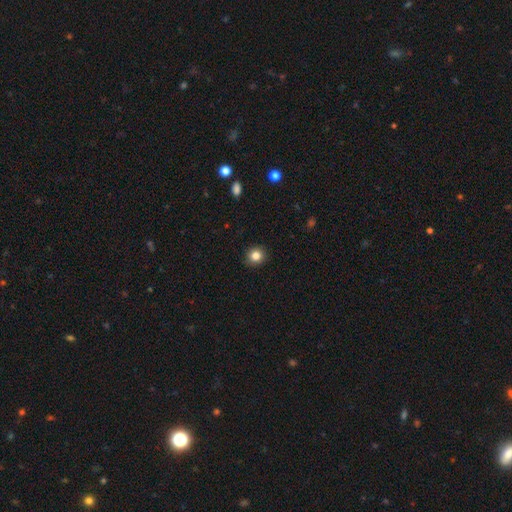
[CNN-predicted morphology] Smooth or featured? Predicted: smooth (p=0.84). How rounded? Predicted: round (p=0.89). Merging? Predicted: none (p=0.92).